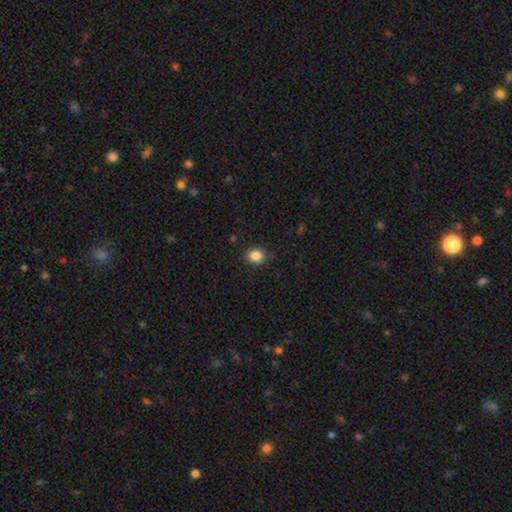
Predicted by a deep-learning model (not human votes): smooth-or-featured: smooth: 85% | star or artifact: 10% | featured or disk: 4%
  how-rounded: round: 64% | in between: 35% | cigar-shaped: 1%
  merging: none: 86% | minor disturbance: 10% | major disturbance: 3% | merger: 1%